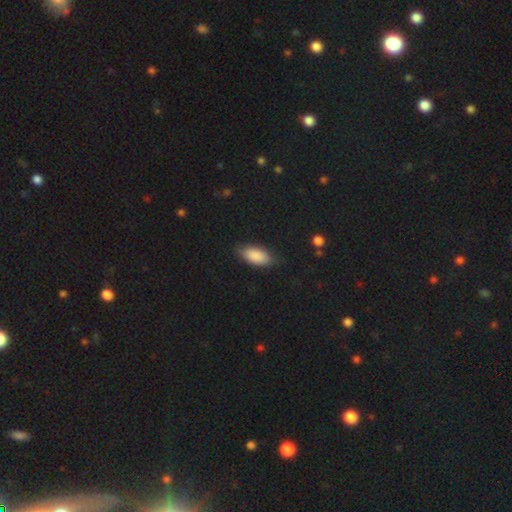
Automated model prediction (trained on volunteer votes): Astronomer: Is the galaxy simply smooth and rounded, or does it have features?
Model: smooth — 88%.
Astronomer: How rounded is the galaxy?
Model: in between — 90%.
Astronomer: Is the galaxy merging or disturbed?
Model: none — 81%.